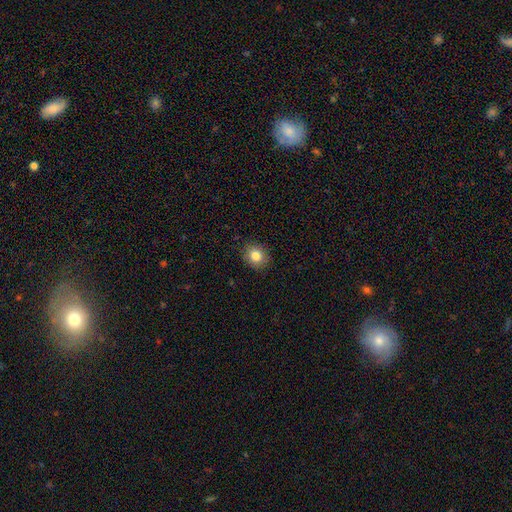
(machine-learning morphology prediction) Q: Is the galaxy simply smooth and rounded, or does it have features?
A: smooth — 82%.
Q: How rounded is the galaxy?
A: round — 69%.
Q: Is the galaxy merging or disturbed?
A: none — 89%.